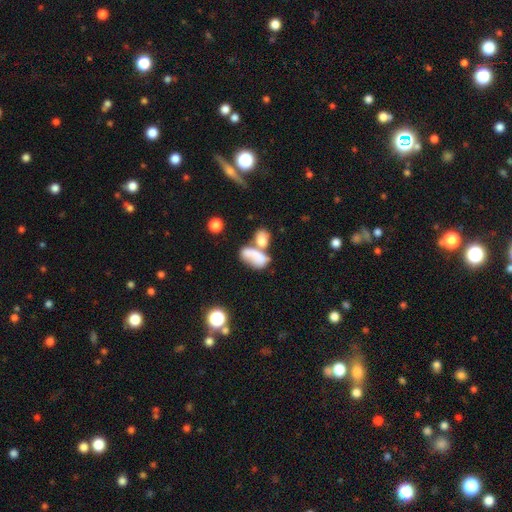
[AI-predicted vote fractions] This appears to be a smooth galaxy with no disk features (65%) that is in between round and cigar-shaped (86%). Merging: merger (59%).